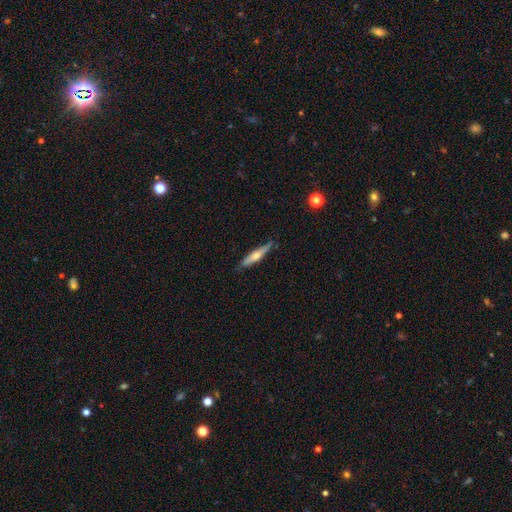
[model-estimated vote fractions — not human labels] This appears to be a smooth galaxy with no disk features (49%). Merging: none (80%).